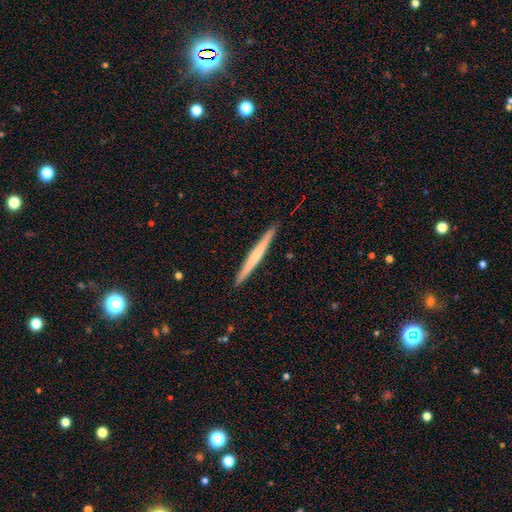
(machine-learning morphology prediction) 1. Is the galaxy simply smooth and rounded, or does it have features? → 49% featured or disk, 45% smooth, 5% star or artifact.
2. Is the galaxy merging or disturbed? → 92% none, 5% minor disturbance, 1% major disturbance, 1% merger.